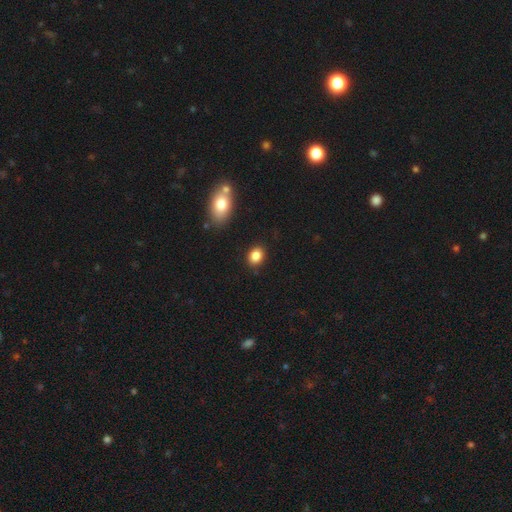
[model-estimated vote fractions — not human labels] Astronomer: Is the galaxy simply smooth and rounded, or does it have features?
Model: smooth — 86%.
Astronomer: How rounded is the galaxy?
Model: in between — 60% (runner-up: round, 39%).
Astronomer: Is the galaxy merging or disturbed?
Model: none — 87%.